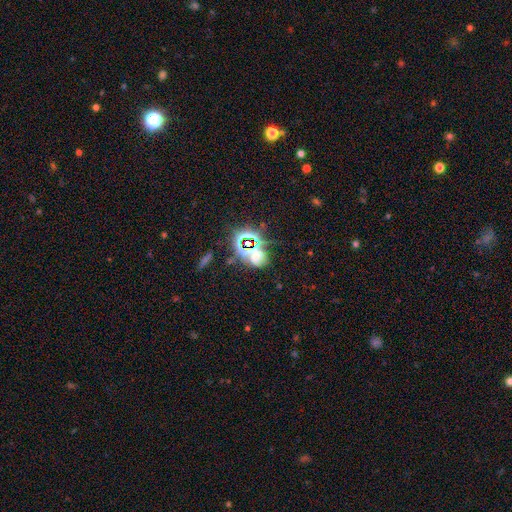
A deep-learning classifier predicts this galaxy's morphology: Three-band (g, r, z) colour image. It shows a star or artifact, not a galaxy (56%).